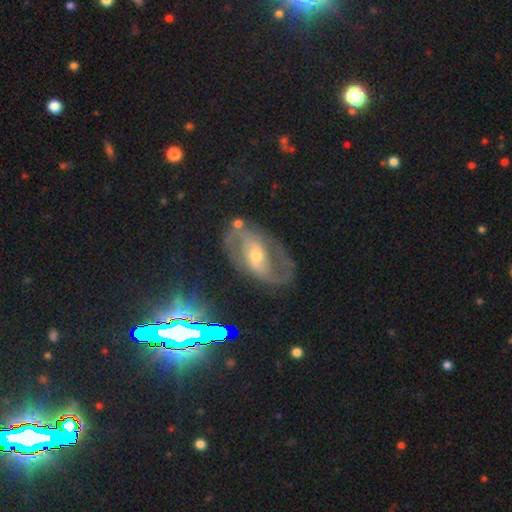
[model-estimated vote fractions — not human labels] The model was most divided on "bar": weak: 41%, no: 32%, strong: 28%. Remaining: edge-on disk — no (95%); spiral arms — yes (89%); spiral arm count — 2 (86%); smooth or featured — featured or disk (81%); merging — none (66%); bulge size — moderate (59%); spiral winding — medium (49%).